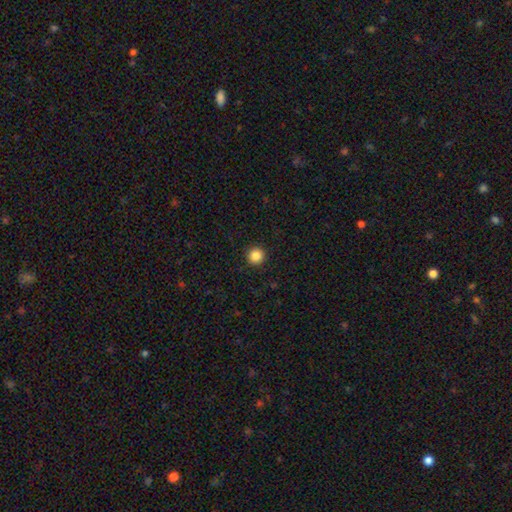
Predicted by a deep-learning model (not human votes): Overall: smooth (86%). How rounded: round (96%). Merging: none (93%).